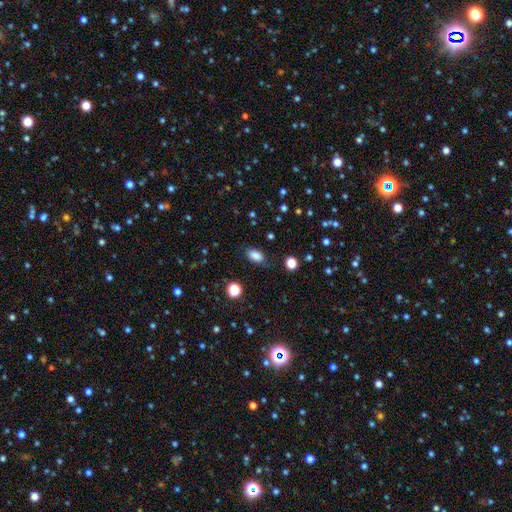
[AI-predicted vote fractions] Q: Smooth or featured?
A: smooth (85%); runner-up: star or artifact (11%)
Q: How rounded?
A: in between (89%); runner-up: round (7%)
Q: Merging?
A: none (82%); runner-up: minor disturbance (13%)